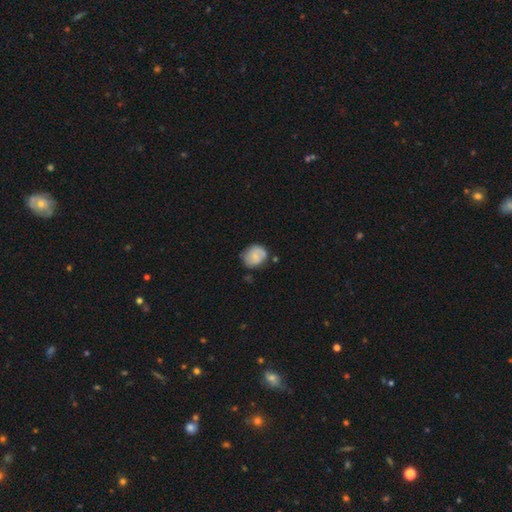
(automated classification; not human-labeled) Smooth or featured? Predicted: smooth (p=0.66). How rounded? Predicted: round (p=0.62). Merging? Predicted: none (p=0.63).